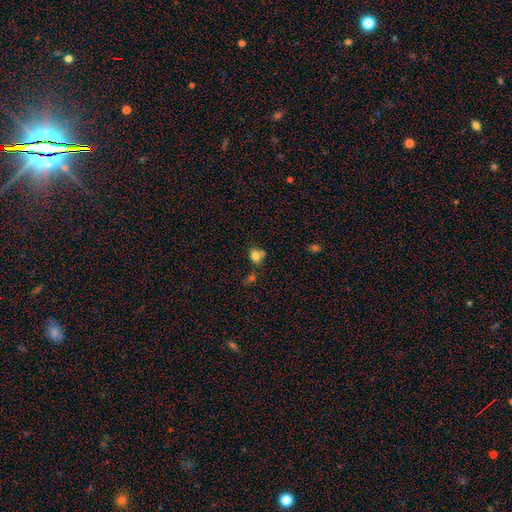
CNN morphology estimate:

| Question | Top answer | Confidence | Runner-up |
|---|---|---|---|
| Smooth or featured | smooth | 77% | star or artifact (13%) |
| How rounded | round | 64% | in between (35%) |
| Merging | none | 47% | merger (26%) |